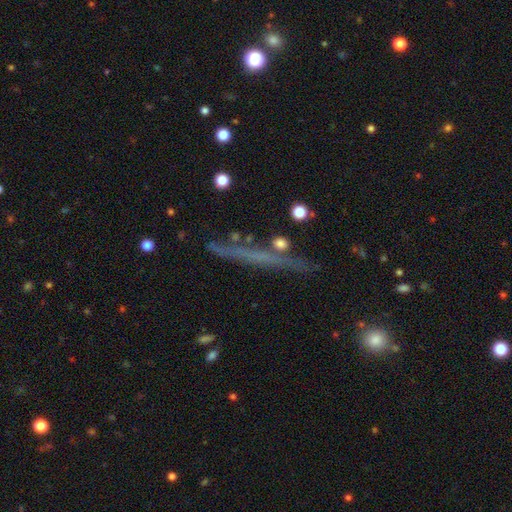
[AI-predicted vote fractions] Smooth or featured?
  - featured or disk: 54% *
  - smooth: 33%
  - star or artifact: 14%
Edge-on disk?
  - yes: 88% *
  - no: 12%
Merging?
  - none: 76% *
  - minor disturbance: 15%
  - major disturbance: 5%
  - merger: 4%